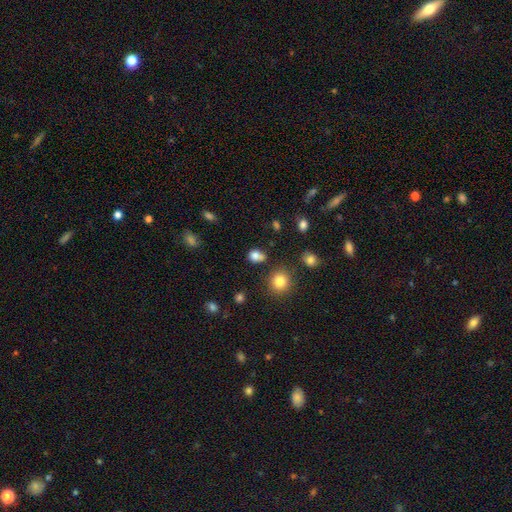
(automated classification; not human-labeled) smooth 80%, star or artifact 13%, featured or disk 7%. Down the decision tree: how rounded — round (54%); merging — none (58%).